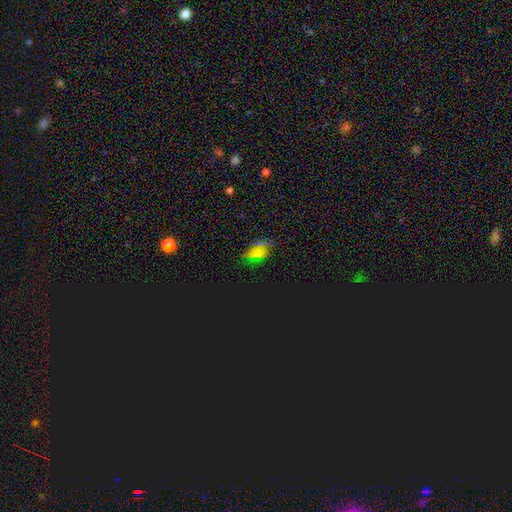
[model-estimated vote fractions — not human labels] Overall: star or artifact (52%; smooth 37%).